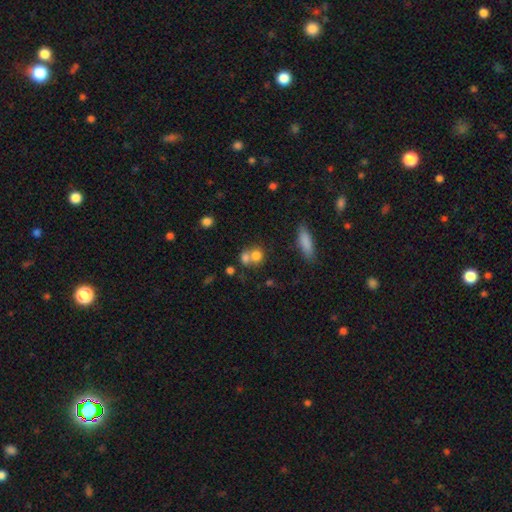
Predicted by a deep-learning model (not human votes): Smooth or featured? smooth (74%)
How rounded? round (70%)
Merging? merger (52%)